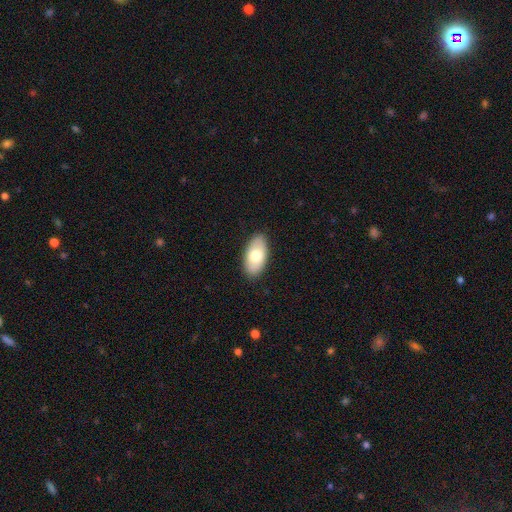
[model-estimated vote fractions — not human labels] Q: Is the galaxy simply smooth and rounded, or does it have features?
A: smooth — 75%.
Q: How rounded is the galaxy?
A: in between — 94%.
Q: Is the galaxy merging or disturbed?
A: none — 88%.